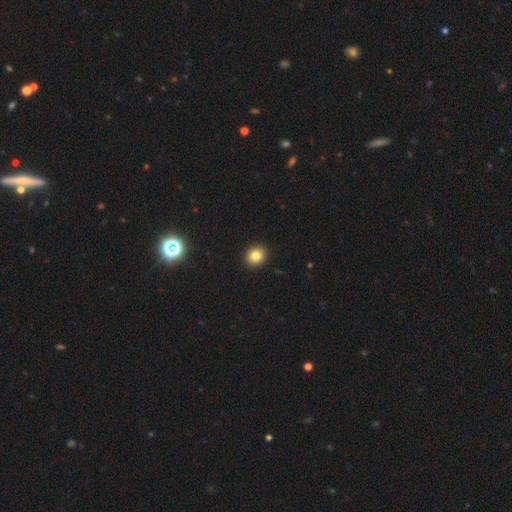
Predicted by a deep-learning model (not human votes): Overall: smooth (81%). How rounded: round (85%). Merging: none (93%).